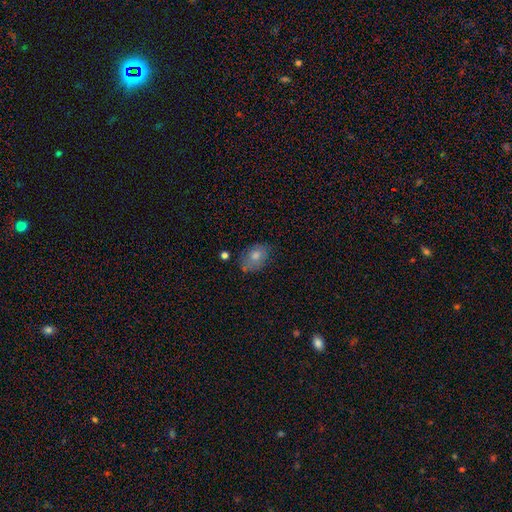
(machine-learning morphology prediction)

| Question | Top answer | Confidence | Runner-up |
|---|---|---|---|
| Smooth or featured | smooth | 71% | featured or disk (18%) |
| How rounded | in between | 76% | round (23%) |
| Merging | none | 70% | minor disturbance (21%) |